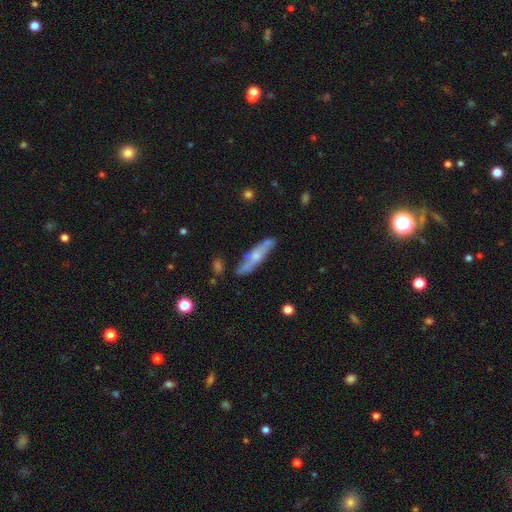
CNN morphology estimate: smooth_or_featured: featured or disk (p=0.51) [alt: smooth p=0.43]
disk_edge_on: yes (p=0.65) [alt: no p=0.35]
merging: none (p=0.71) [alt: minor disturbance p=0.19]